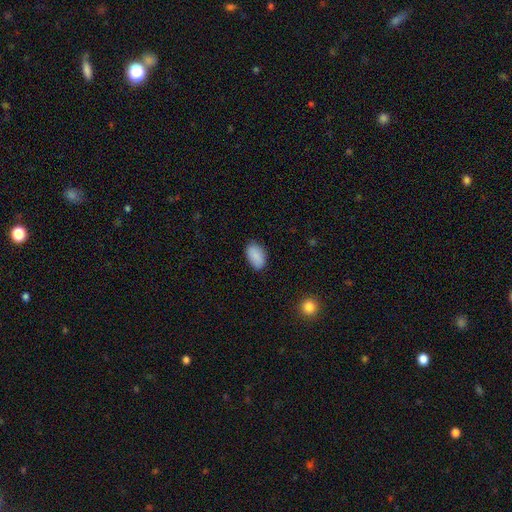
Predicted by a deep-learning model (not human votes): Smooth or featured: smooth — 89% (star or artifact — 7%)
How rounded: in between — 93% (round — 5%)
Merging: none — 84% (minor disturbance — 12%)